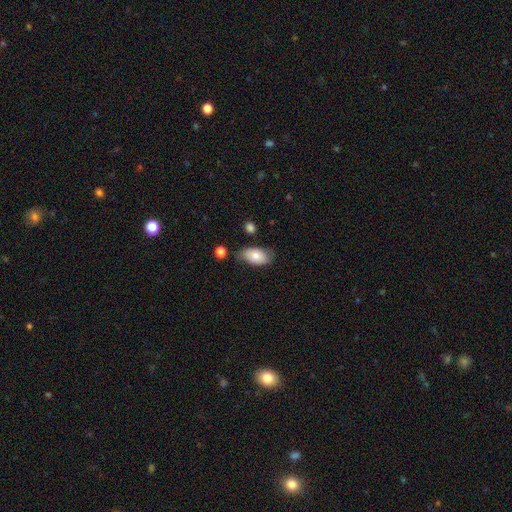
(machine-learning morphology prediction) The model was most divided on "merging": none: 68%, minor disturbance: 23%, major disturbance: 5%, merger: 4%. More confident: how rounded — in between (93%); smooth or featured — smooth (76%).